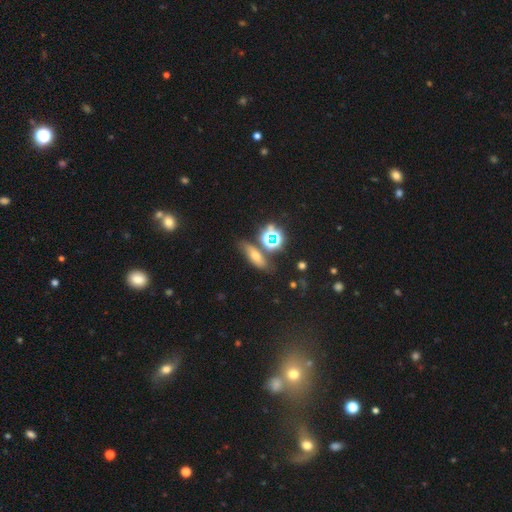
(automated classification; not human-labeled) Smooth or featured? smooth (48%)
Merging? none (71%)